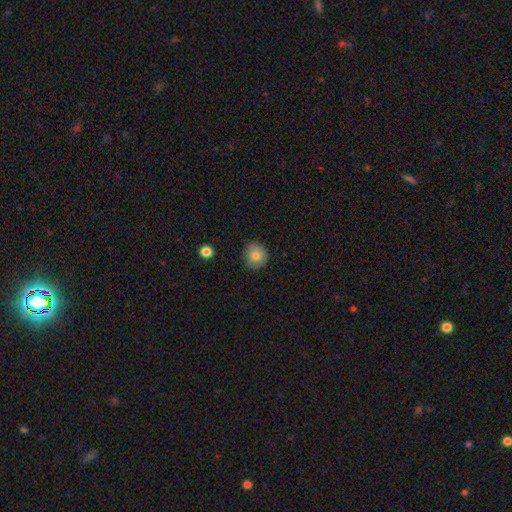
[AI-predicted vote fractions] smooth-or-featured: smooth: 78% | featured or disk: 13% | star or artifact: 9%
  how-rounded: round: 85% | in between: 14% | cigar-shaped: 1%
  merging: none: 77% | minor disturbance: 19% | major disturbance: 3% | merger: 1%